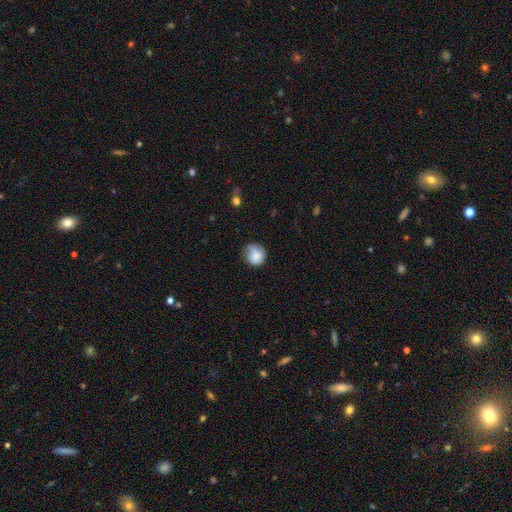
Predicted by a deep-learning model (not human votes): A smooth galaxy with no disk features (74%) that is round (83%).

Vote fractions:
- Smooth or featured? smooth: 74% / featured or disk: 18% / star or artifact: 8%
- How rounded? round: 83% / in between: 16% / cigar-shaped: 1%
- Merging? none: 55% / minor disturbance: 31% / major disturbance: 11% / merger: 2%